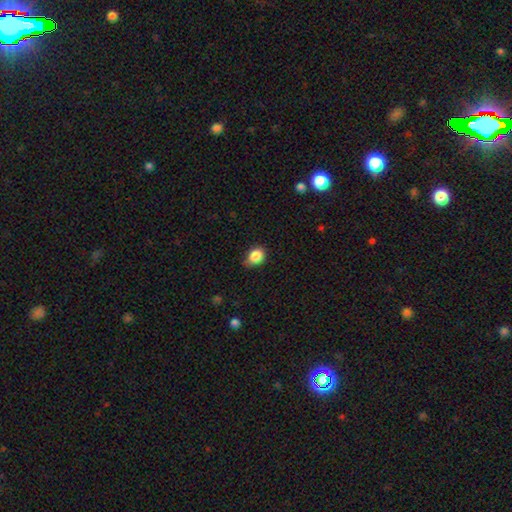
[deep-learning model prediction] Q: Smooth or featured?
A: smooth (86%); runner-up: star or artifact (9%)
Q: How rounded?
A: round (55%); runner-up: in between (44%)
Q: Merging?
A: none (66%); runner-up: minor disturbance (28%)